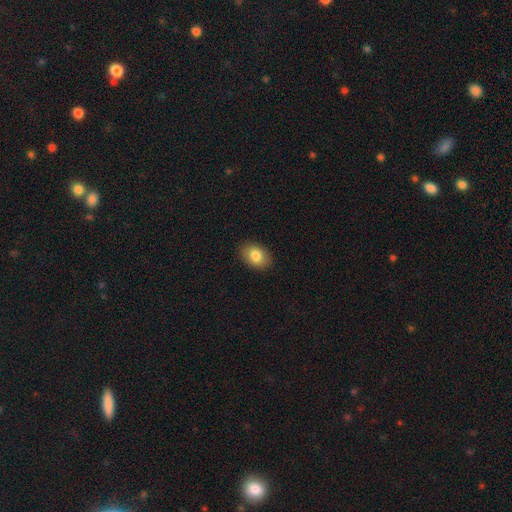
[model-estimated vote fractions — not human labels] Smooth or featured? Predicted: smooth (p=0.84). How rounded? Predicted: in between (p=0.81). Merging? Predicted: none (p=0.89).